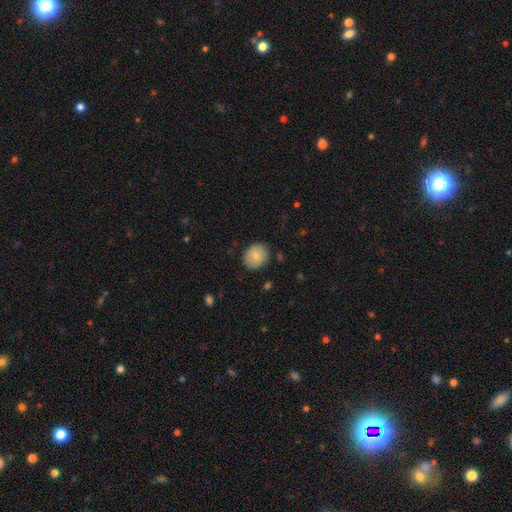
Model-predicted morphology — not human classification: This appears to be a smooth galaxy with no disk features (81%) that is round (69%). Merging: none (84%).